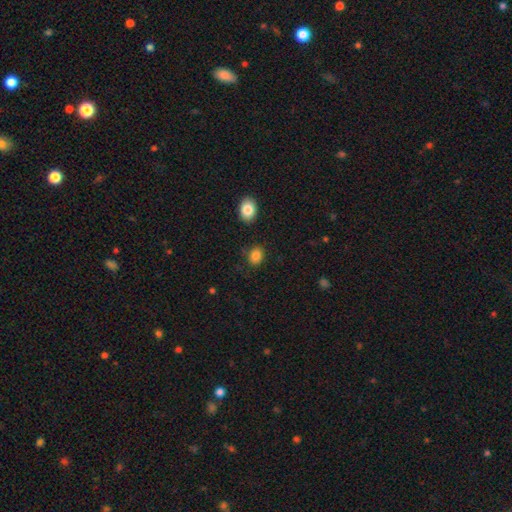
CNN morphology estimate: The model was most divided on "how rounded": in between: 56%, round: 43%, cigar-shaped: 1%. More confident: smooth or featured — smooth (86%); merging — none (83%).